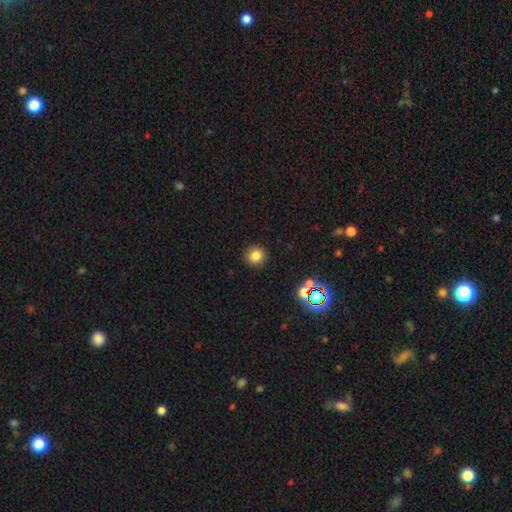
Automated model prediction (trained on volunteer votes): Smooth or featured: smooth — 81% (star or artifact — 14%)
How rounded: round — 89% (in between — 10%)
Merging: none — 89% (minor disturbance — 7%)